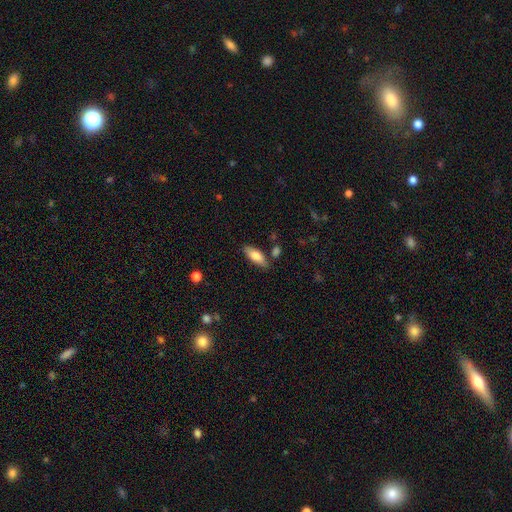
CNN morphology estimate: Smooth or featured? Predicted: smooth (p=0.79). How rounded? Predicted: in between (p=0.69). Merging? Predicted: none (p=0.80).